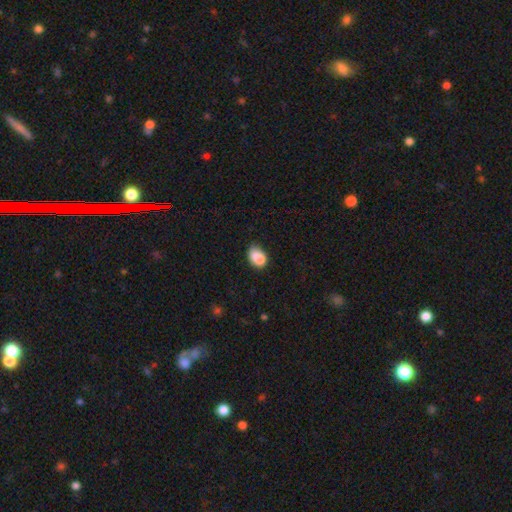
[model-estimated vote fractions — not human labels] The model was most divided on "merging": none: 55%, minor disturbance: 32%, major disturbance: 6%, merger: 6%. More confident: smooth or featured — smooth (84%); how rounded — in between (80%).